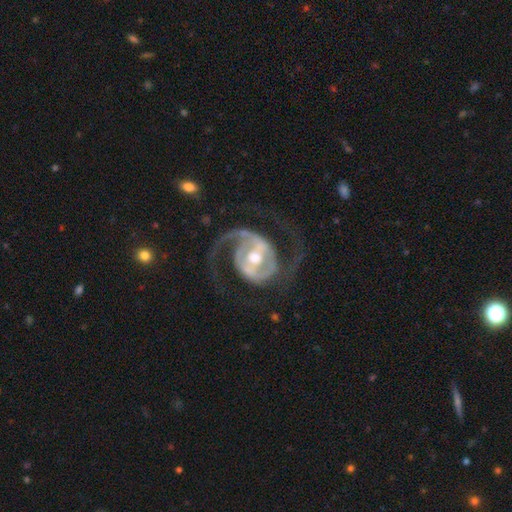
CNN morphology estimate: Smooth or featured: featured or disk — 92% (smooth — 4%)
Edge-on disk: no — 98% (yes — 2%)
Bar: weak — 38% (strong — 34%)
Spiral arms: yes — 96% (no — 4%)
Spiral winding: medium — 52% (loose — 31%)
Spiral arm count: 2 — 88% (1 — 6%)
Bulge size: moderate — 70% (large — 16%)
Merging: none — 67% (major disturbance — 18%)